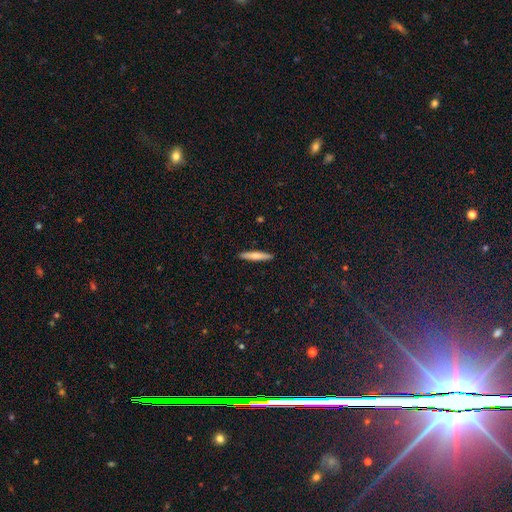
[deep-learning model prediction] The model was most divided on "smooth or featured": smooth: 65%, featured or disk: 30%, star or artifact: 6%. More confident: merging — none (92%); how rounded — cigar-shaped (91%).